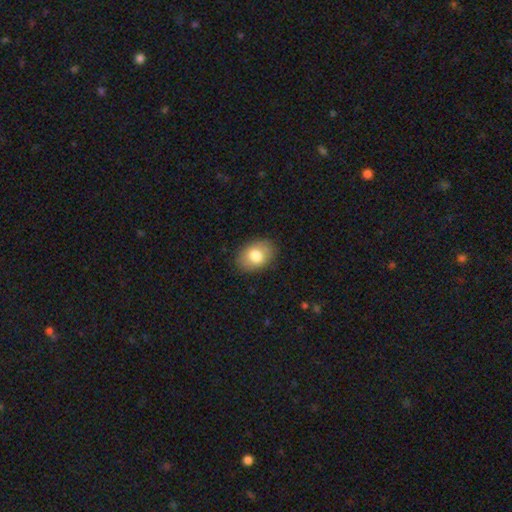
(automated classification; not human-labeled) Smooth or featured?
  - smooth: 78% *
  - featured or disk: 15%
  - star or artifact: 8%
How rounded?
  - in between: 78% *
  - round: 21%
  - cigar-shaped: 1%
Merging?
  - none: 86% *
  - minor disturbance: 10%
  - major disturbance: 3%
  - merger: 1%